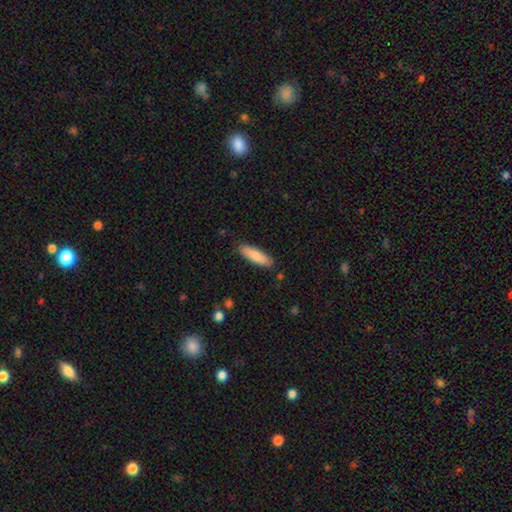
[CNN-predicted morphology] A smooth galaxy with no disk features (83%) that is cigar-shaped (62%). Merging: none (87%).